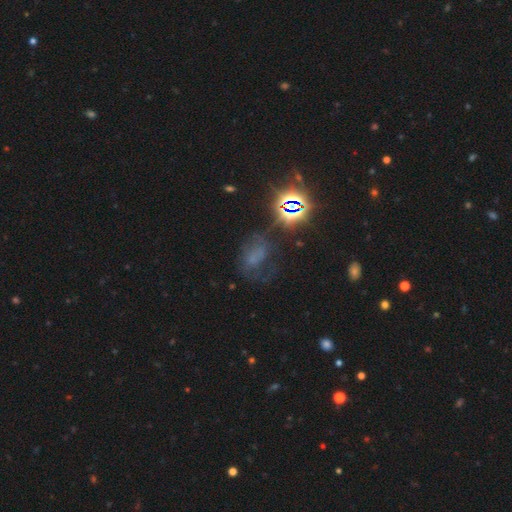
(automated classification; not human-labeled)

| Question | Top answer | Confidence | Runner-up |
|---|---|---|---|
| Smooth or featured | star or artifact | 39% | featured or disk (31%) |